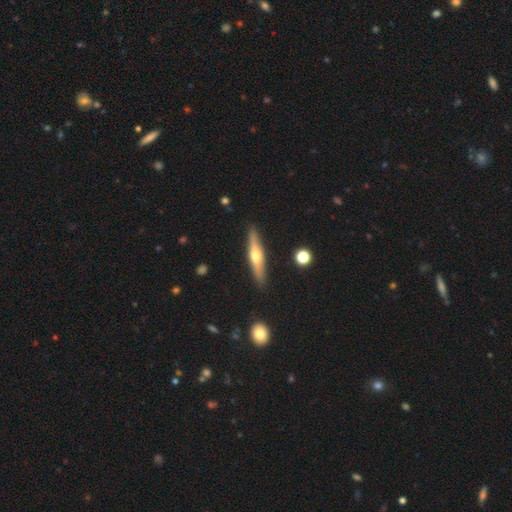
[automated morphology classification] This is possibly a featured or disk galaxy (59%). It is clearly viewed edge-on (94%). Edge-on bulge: clearly rounded (89%). Merging: clearly none (89%).